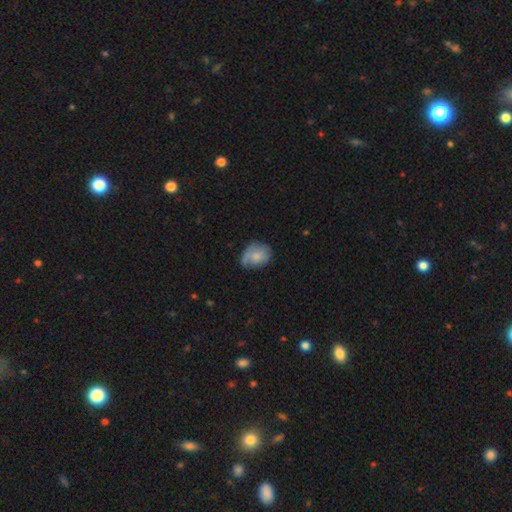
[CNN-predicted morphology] smooth-or-featured: smooth: 69% | featured or disk: 23% | star or artifact: 7%
  how-rounded: in between: 62% | round: 37% | cigar-shaped: 1%
  merging: none: 50% | minor disturbance: 36% | major disturbance: 11% | merger: 3%